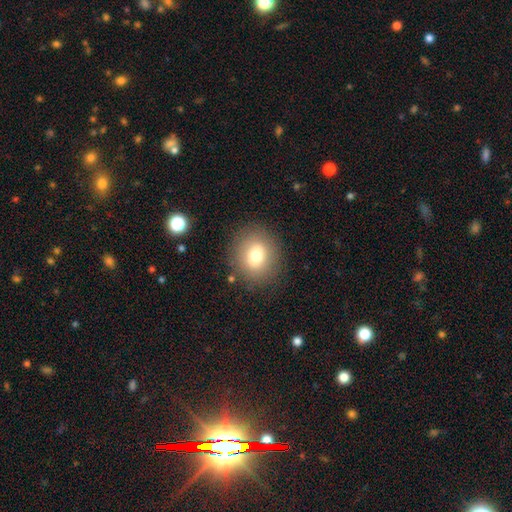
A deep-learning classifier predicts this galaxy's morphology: Smooth or featured: smooth — 73% (featured or disk — 16%)
How rounded: round — 73% (in between — 26%)
Merging: none — 85% (minor disturbance — 9%)